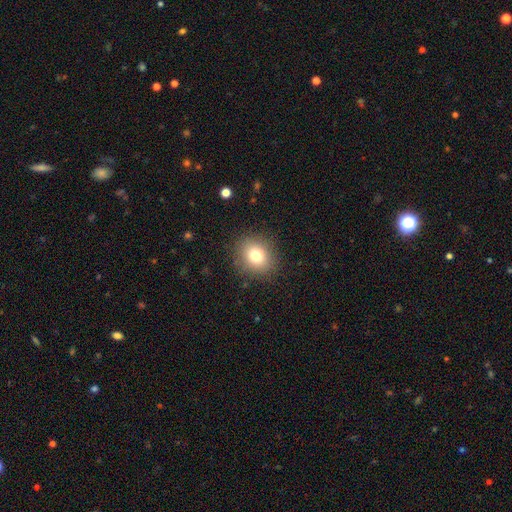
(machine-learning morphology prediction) A smooth galaxy with no disk features (77%) that is round (72%). Merging: none (88%).